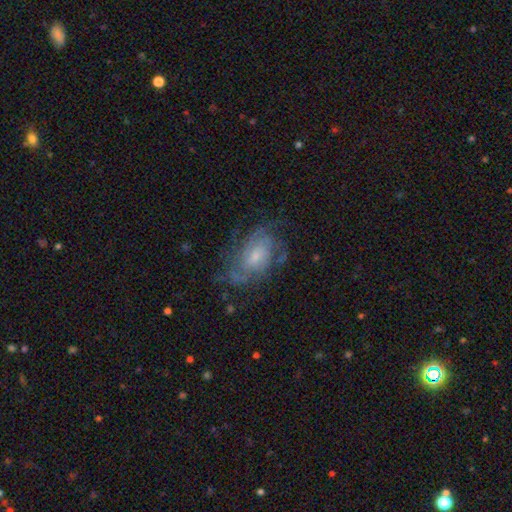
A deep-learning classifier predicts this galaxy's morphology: Smooth or featured? featured or disk (75%)
Edge-on disk? no (96%)
Bar? no (61%)
Spiral arms? yes (88%)
Spiral winding? tight (47%)
Spiral arm count? can't tell (42%)
Bulge size? small (51%)
Merging? none (65%)